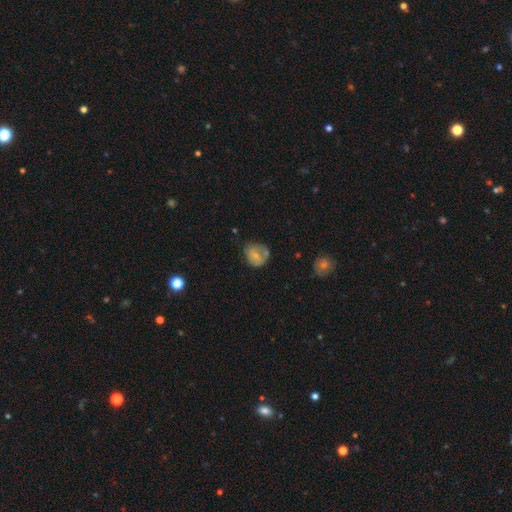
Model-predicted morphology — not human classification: Smooth or featured: smooth — 65% (featured or disk — 25%)
How rounded: round — 62% (in between — 37%)
Merging: none — 45% (minor disturbance — 31%)